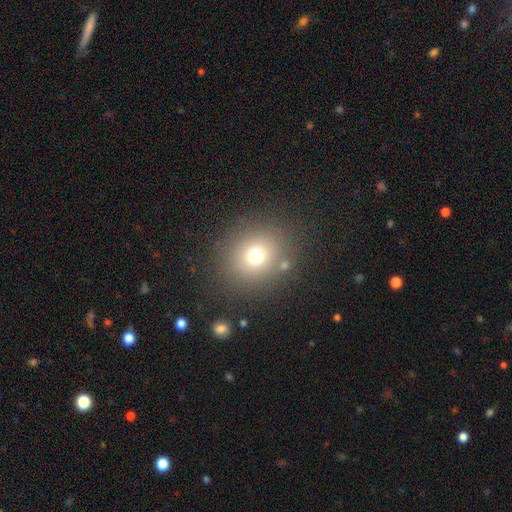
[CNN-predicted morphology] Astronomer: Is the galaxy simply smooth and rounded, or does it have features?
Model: smooth — 71%.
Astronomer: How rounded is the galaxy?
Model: round — 83%.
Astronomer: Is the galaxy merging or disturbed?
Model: none — 83%.